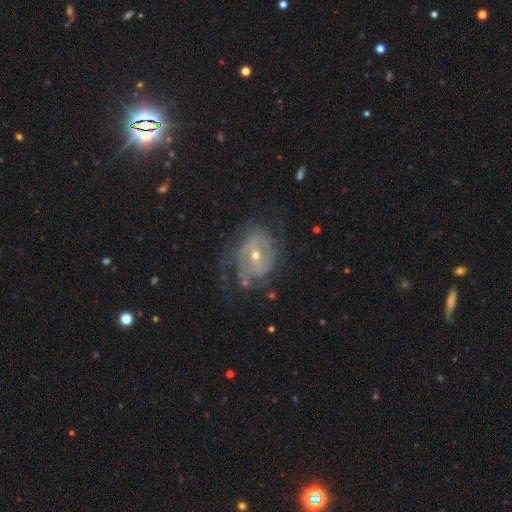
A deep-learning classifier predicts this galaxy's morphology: smooth-or-featured: featured or disk: 78% | smooth: 14% | star or artifact: 8%
  disk-edge-on: no: 96% | yes: 4%
    bar: no: 62% | weak: 30% | strong: 9%
    has-spiral-arms: yes: 82% | no: 18%
      spiral-winding: tight: 49% | medium: 34% | loose: 17%
      spiral-arm-count: can't tell: 41% | 2: 30% | 3: 11% | 1: 8% | 4: 5% | more than 4: 4%
    bulge-size: small: 54% | moderate: 43% | large: 2% | none: 1% | dominant: 1%
  merging: none: 55% | minor disturbance: 23% | major disturbance: 20% | merger: 2%